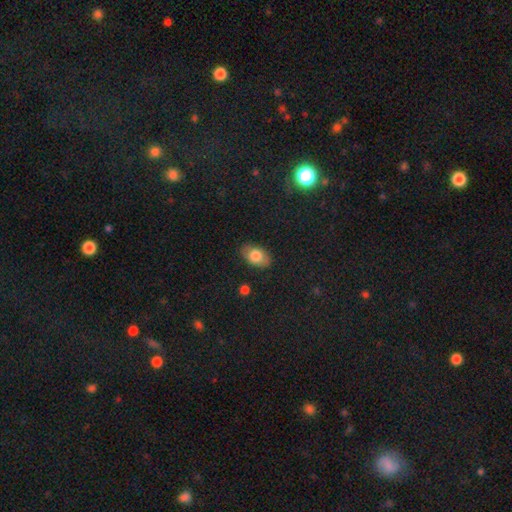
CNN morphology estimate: Overall: smooth (78%). How rounded: in between (89%). Merging: none (82%).